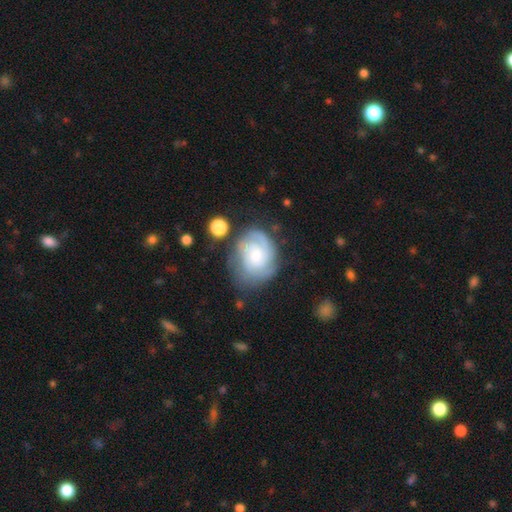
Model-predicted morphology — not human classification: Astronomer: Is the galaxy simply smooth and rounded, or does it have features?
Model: featured or disk — 77%.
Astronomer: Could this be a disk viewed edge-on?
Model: no — 98%.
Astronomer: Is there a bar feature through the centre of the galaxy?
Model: no — 69%.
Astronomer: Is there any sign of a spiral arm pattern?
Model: yes — 94%.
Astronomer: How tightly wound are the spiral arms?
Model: tight — 60%.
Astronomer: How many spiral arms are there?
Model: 2 — 34% (runner-up: can't tell, 28%).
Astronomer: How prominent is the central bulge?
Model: small — 48% (runner-up: moderate, 41%).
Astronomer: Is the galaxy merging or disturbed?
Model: none — 65%.